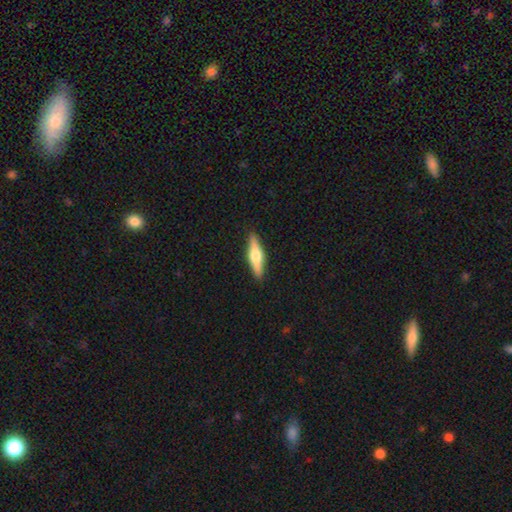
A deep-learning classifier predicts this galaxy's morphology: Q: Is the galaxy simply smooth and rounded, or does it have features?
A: featured or disk — 50%.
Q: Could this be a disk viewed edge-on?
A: yes — 95%.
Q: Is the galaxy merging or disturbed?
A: none — 90%.